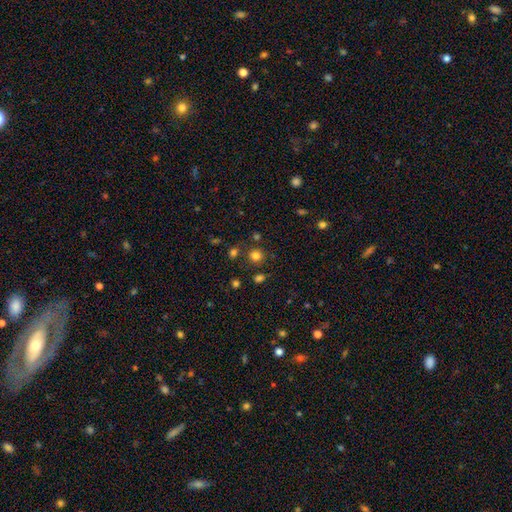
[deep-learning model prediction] smooth 79%, star or artifact 16%, featured or disk 5%. Down the decision tree: how rounded — round (89%); merging — none (83%).